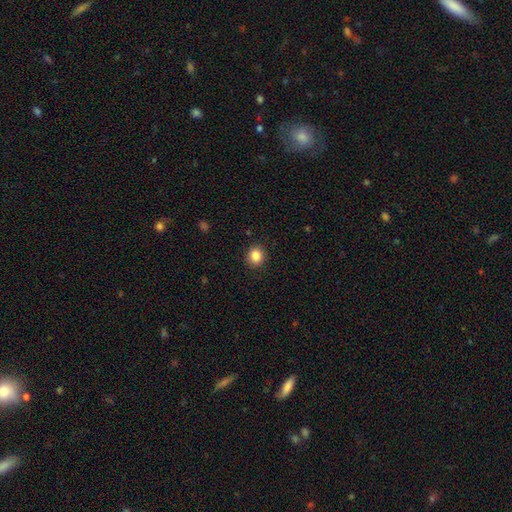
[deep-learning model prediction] Smooth or featured?
  - smooth: 85% *
  - star or artifact: 10%
  - featured or disk: 5%
How rounded?
  - round: 79% *
  - in between: 20%
  - cigar-shaped: 1%
Merging?
  - none: 90% *
  - minor disturbance: 7%
  - major disturbance: 2%
  - merger: 1%